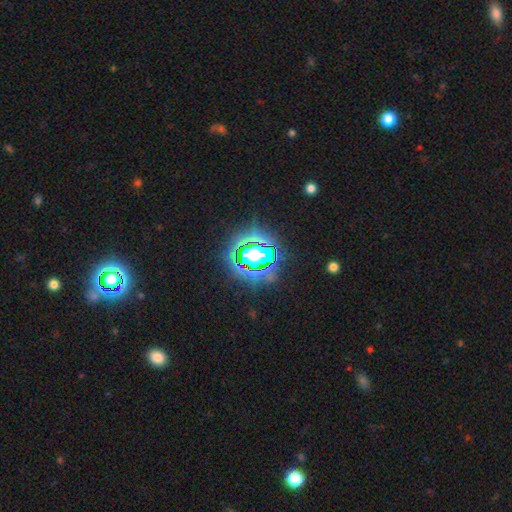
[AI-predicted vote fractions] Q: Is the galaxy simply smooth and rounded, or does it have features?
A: star or artifact — 74%.